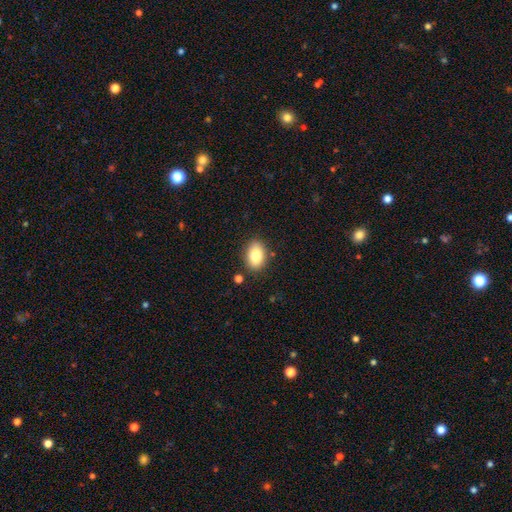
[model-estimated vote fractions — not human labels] This is clearly a smooth galaxy (83%). How rounded: clearly in between (85%). Merging: clearly none (83%).